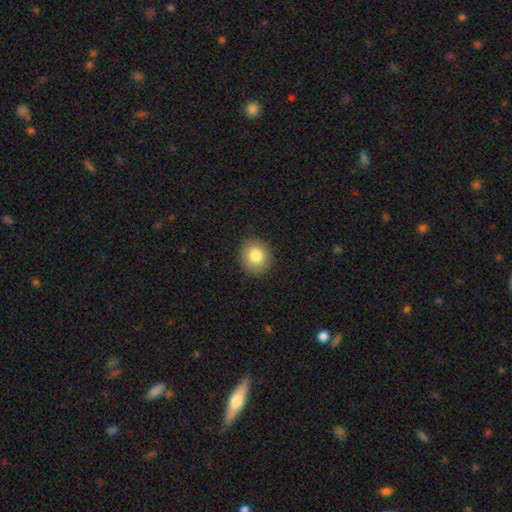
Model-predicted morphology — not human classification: This appears to be a smooth galaxy with no disk features (81%) that is round (84%). Merging: none (89%).